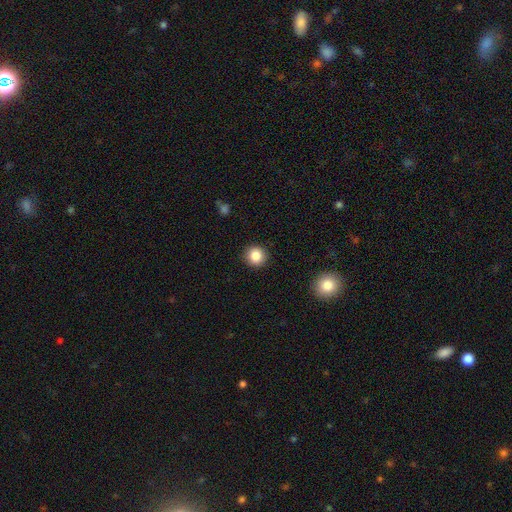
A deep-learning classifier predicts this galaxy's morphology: Overall: smooth (86%). How rounded: round (93%). Merging: none (92%).